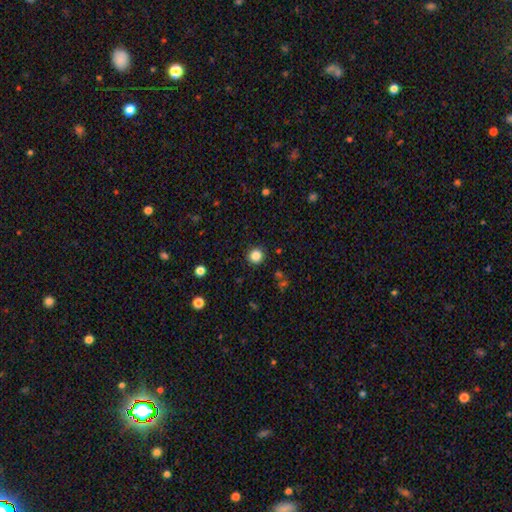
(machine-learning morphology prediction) smooth_or_featured: smooth (p=0.85) [alt: star or artifact p=0.12]
how_rounded: round (p=0.92) [alt: in between p=0.07]
merging: none (p=0.91) [alt: minor disturbance p=0.06]